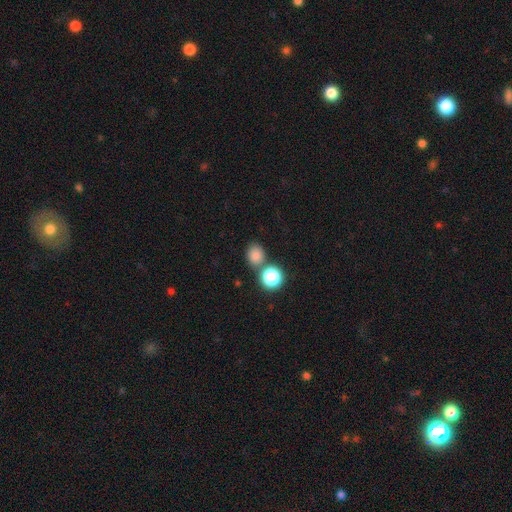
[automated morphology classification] type=smooth (79%); roundness=round (64%); merging=none (65%).